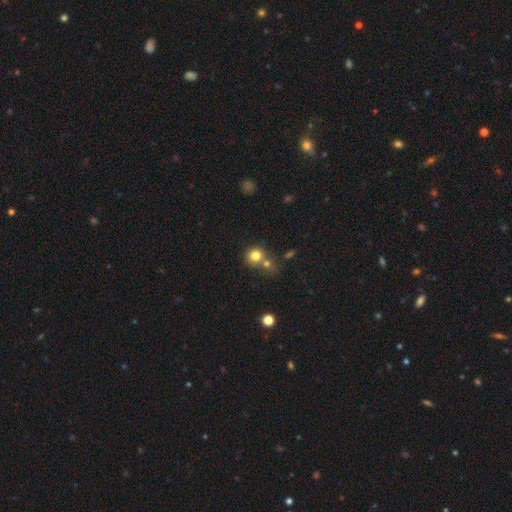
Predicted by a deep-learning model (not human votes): Smooth or featured? Predicted: smooth (p=0.78). How rounded? Predicted: round (p=0.84). Merging? Predicted: none (p=0.50).